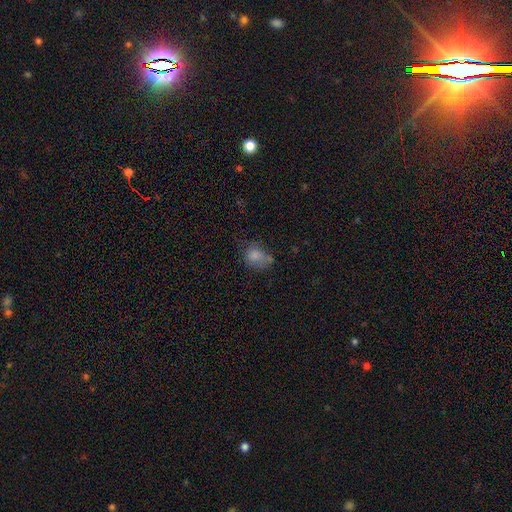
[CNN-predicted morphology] A smooth galaxy with no disk features (74%) that is round (50%).

Vote fractions:
- Smooth or featured? smooth: 74% / featured or disk: 14% / star or artifact: 12%
- How rounded? round: 50% / in between: 49% / cigar-shaped: 1%
- Merging? none: 42% / minor disturbance: 29% / major disturbance: 18% / merger: 10%